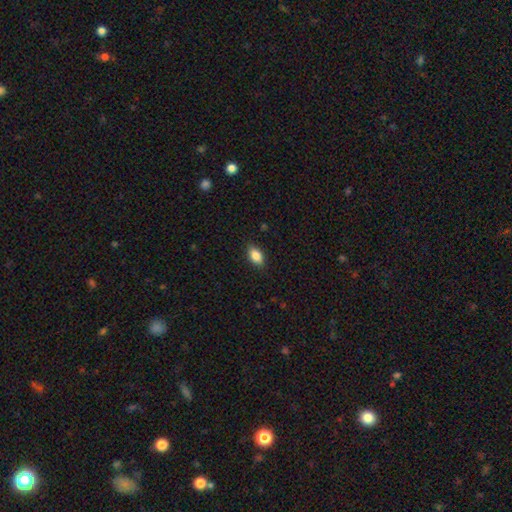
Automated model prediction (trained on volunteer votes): Overall: smooth (86%). How rounded: in between (88%). Merging: none (87%).